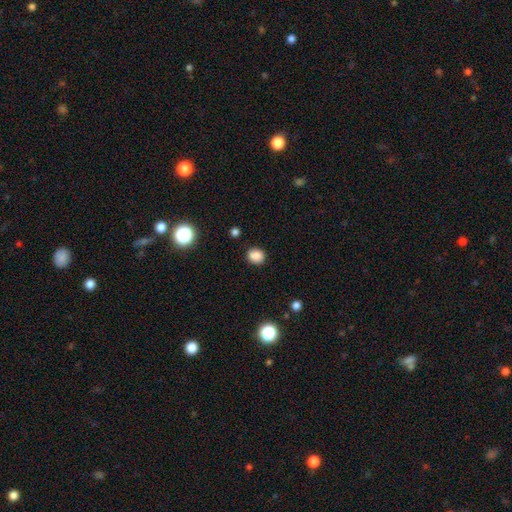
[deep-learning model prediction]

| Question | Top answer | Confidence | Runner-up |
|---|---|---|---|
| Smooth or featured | smooth | 84% | star or artifact (11%) |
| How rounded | round | 71% | in between (28%) |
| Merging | none | 87% | minor disturbance (9%) |